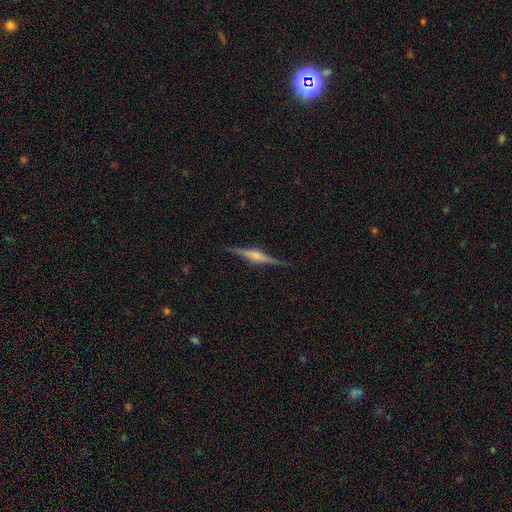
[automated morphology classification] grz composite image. It shows a featured or disk galaxy (80%) viewed edge-on (98%) with a rounded central bulge (71%). Merging: none (90%).